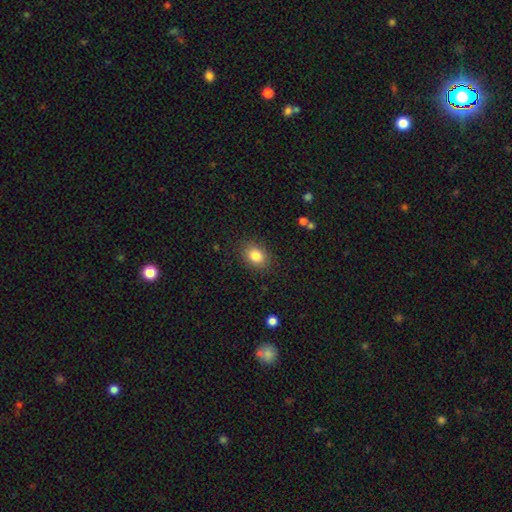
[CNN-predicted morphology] Smooth or featured?
  - smooth: 84% *
  - star or artifact: 9%
  - featured or disk: 7%
How rounded?
  - in between: 64% *
  - round: 35%
  - cigar-shaped: 1%
Merging?
  - none: 85% *
  - minor disturbance: 10%
  - major disturbance: 3%
  - merger: 1%